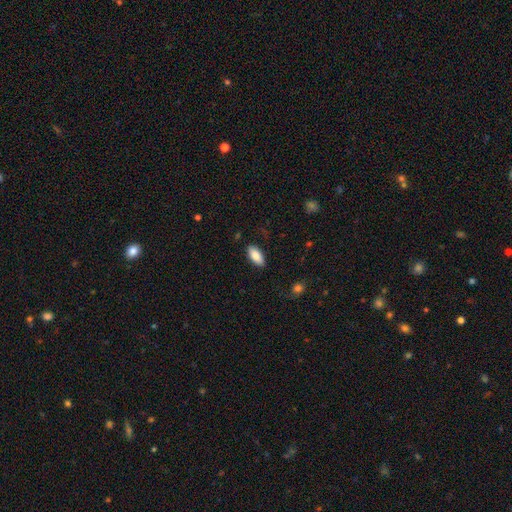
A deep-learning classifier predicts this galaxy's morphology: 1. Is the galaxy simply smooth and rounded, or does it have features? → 84% smooth, 10% featured or disk, 6% star or artifact.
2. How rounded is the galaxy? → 86% in between, 12% cigar-shaped, 2% round.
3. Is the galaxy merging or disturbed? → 87% none, 10% minor disturbance, 2% major disturbance, 1% merger.